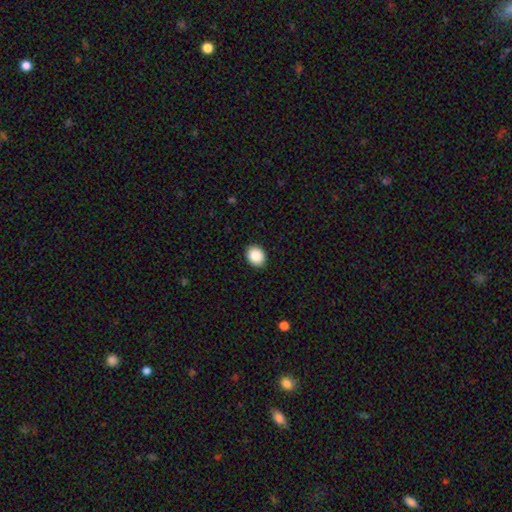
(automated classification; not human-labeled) This appears to be a smooth galaxy with no disk features (89%) that is round (52%). Merging: none (91%).